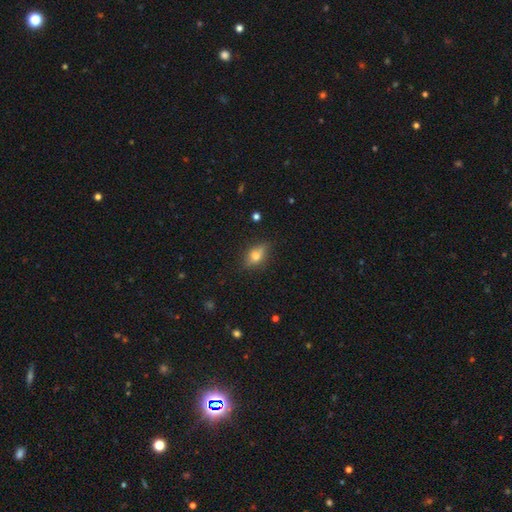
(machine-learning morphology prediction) Smooth or featured: smooth — 56% (featured or disk — 33%)
How rounded: in between — 72% (round — 17%)
Merging: none — 76% (minor disturbance — 17%)